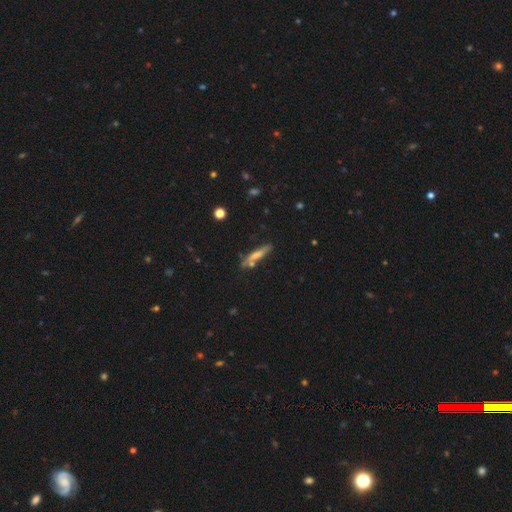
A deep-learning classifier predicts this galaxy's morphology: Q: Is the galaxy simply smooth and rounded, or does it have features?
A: smooth — 50%.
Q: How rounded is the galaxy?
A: cigar-shaped — 89%.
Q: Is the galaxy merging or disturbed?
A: none — 74%.